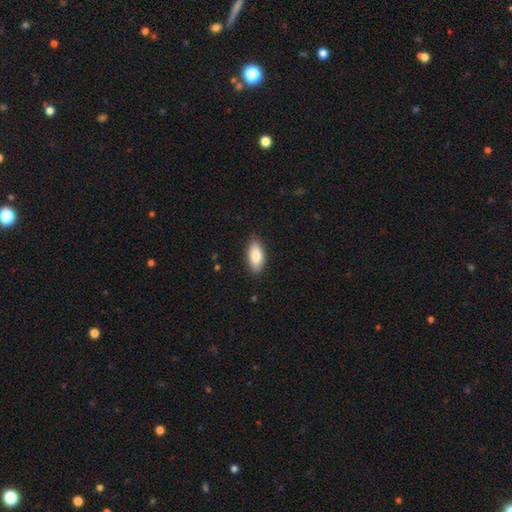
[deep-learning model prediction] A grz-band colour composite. It shows a smooth galaxy with no disk features (83%) that is in between round and cigar-shaped (87%). Merging: none (87%).